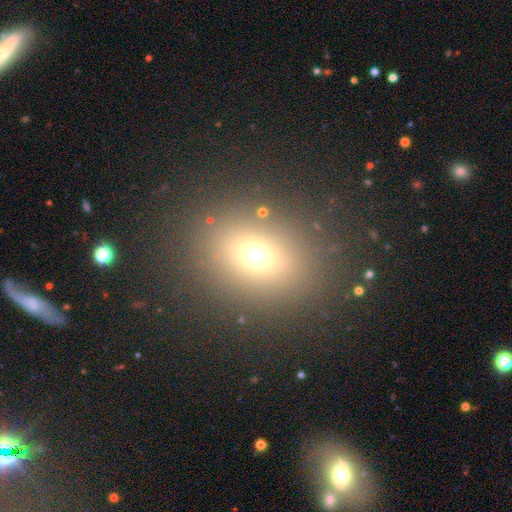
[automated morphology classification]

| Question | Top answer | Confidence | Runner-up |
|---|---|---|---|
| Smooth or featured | smooth | 66% | star or artifact (22%) |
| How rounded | round | 53% | in between (45%) |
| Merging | none | 85% | minor disturbance (8%) |